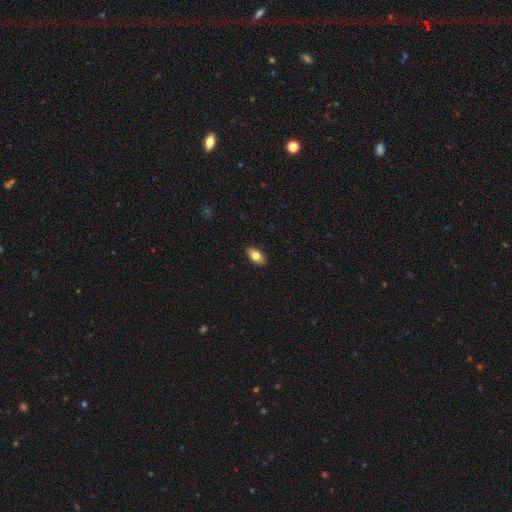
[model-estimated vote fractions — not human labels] Overall: smooth (79%). How rounded: in between (91%). Merging: none (90%).